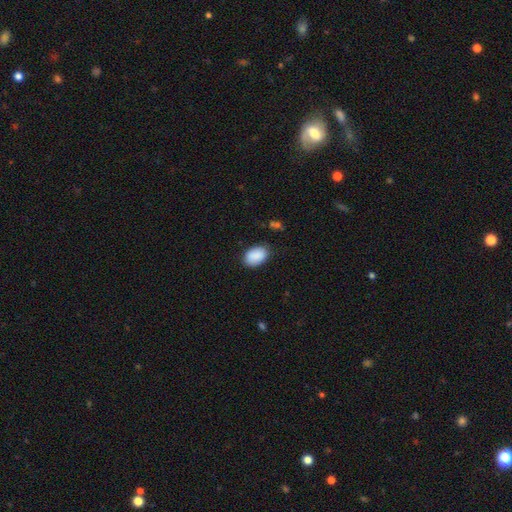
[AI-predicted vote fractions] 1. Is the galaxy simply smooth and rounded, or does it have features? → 90% smooth, 7% star or artifact, 4% featured or disk.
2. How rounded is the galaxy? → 89% in between, 10% round, 1% cigar-shaped.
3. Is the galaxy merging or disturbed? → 83% none, 12% minor disturbance, 3% major disturbance, 1% merger.